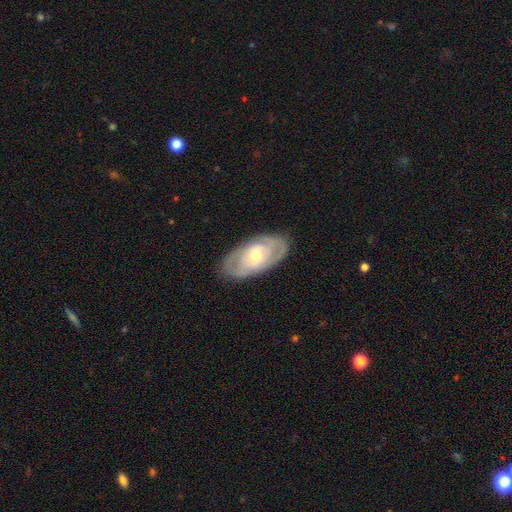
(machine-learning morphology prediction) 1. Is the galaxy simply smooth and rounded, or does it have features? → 67% featured or disk, 27% smooth, 5% star or artifact.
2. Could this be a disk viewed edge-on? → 90% no, 10% yes.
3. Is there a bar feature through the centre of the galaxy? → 62% no, 30% weak, 9% strong.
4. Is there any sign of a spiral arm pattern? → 65% yes, 35% no.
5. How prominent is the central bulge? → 54% moderate, 41% small, 3% large, 1% none, 1% dominant.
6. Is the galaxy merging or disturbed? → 82% none, 13% minor disturbance, 4% major disturbance, 1% merger.